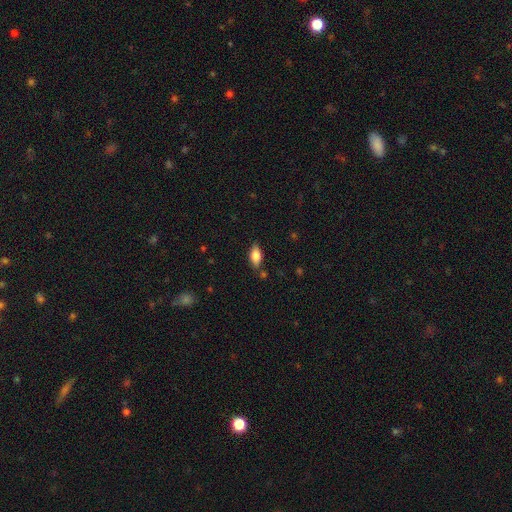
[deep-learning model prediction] Smooth or featured? smooth (77%)
How rounded? in between (87%)
Merging? none (78%)